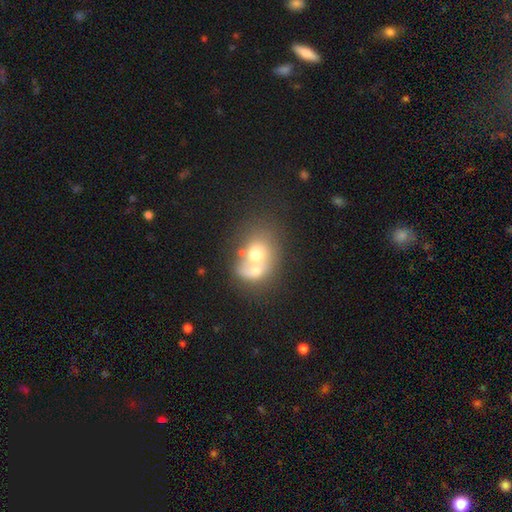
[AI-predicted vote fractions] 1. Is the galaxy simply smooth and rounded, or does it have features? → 57% smooth, 32% featured or disk, 11% star or artifact.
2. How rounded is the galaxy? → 53% round, 46% in between, 1% cigar-shaped.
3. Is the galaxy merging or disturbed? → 70% merger, 18% none, 7% minor disturbance, 6% major disturbance.